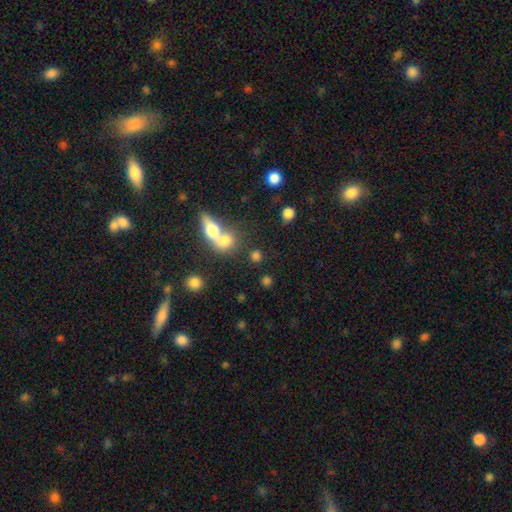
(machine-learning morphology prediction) Smooth or featured: smooth — 73% (star or artifact — 15%)
How rounded: round — 66% (in between — 29%)
Merging: merger — 46% (none — 42%)